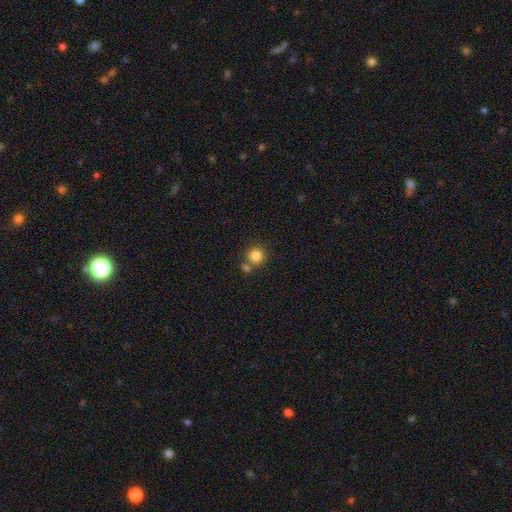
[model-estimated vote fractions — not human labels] Morphology: type=smooth (84%); roundness=round (92%); merging=none (65%).